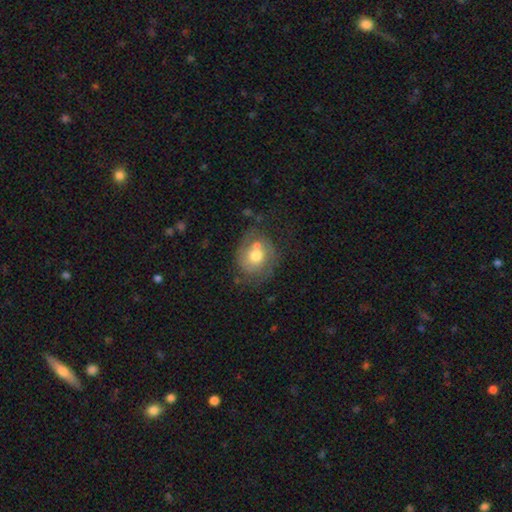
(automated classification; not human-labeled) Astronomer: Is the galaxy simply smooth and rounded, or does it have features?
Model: smooth — 55% (runner-up: featured or disk, 36%).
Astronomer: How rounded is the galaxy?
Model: round — 70%.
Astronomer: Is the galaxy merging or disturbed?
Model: none — 47%.